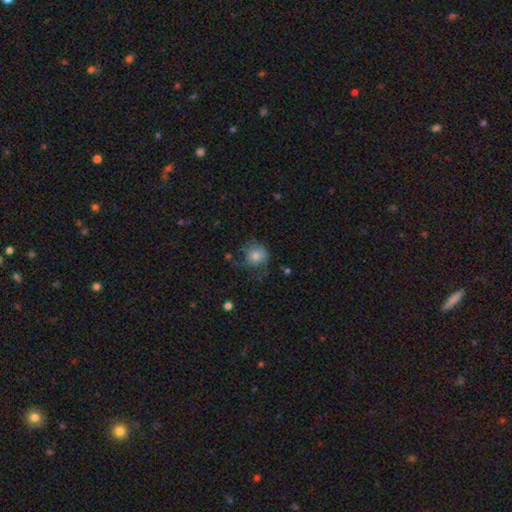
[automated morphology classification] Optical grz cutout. It shows a smooth galaxy with no disk features (71%) that is round (81%). Merging: none (51%).